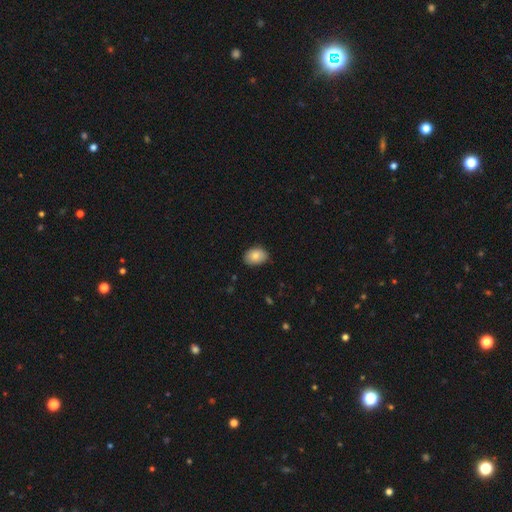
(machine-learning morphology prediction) Q: Smooth or featured?
A: smooth (81%); runner-up: featured or disk (11%)
Q: How rounded?
A: in between (77%); runner-up: round (22%)
Q: Merging?
A: none (83%); runner-up: minor disturbance (14%)